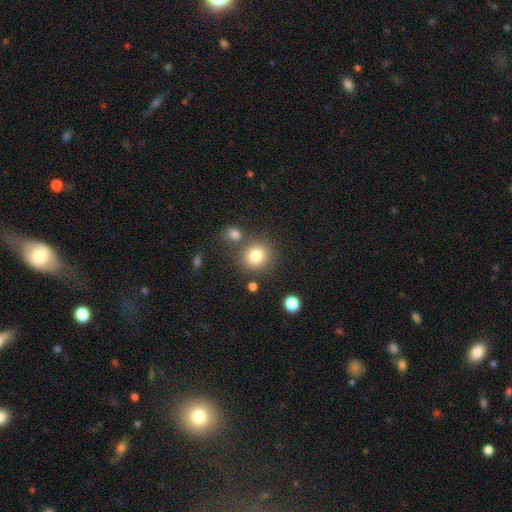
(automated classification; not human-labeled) A smooth galaxy with no disk features (82%) that is round (87%). Merging: none (75%).